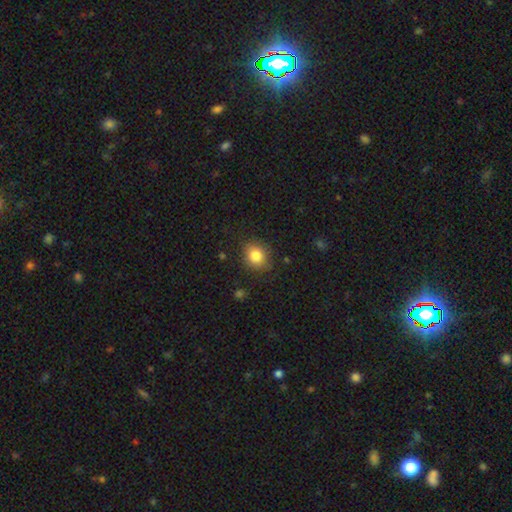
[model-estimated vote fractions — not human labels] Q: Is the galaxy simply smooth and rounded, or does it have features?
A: smooth — 83%.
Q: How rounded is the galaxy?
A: round — 65%.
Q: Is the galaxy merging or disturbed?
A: none — 82%.